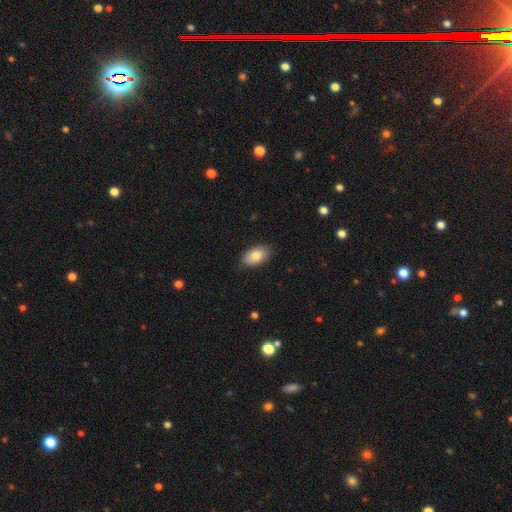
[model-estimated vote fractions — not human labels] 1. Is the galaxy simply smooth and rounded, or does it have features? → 83% smooth, 11% featured or disk, 7% star or artifact.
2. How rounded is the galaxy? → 93% in between, 5% round, 2% cigar-shaped.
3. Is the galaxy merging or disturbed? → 84% none, 12% minor disturbance, 2% major disturbance, 1% merger.